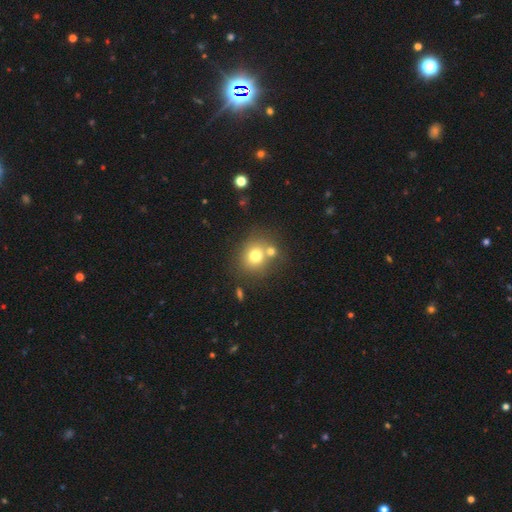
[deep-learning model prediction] smooth-or-featured: smooth: 73% | featured or disk: 14% | star or artifact: 13%
  how-rounded: round: 78% | in between: 21% | cigar-shaped: 1%
  merging: none: 58% | merger: 28% | minor disturbance: 10% | major disturbance: 4%